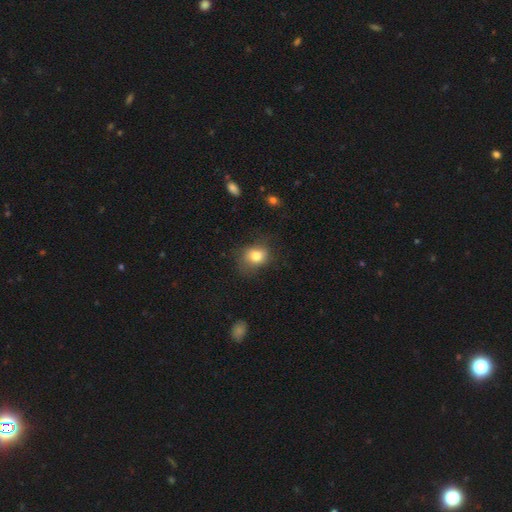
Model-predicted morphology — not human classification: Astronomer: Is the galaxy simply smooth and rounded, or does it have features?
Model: smooth — 79%.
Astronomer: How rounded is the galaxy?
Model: round — 55% (runner-up: in between, 44%).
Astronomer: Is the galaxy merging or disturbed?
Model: none — 65%.